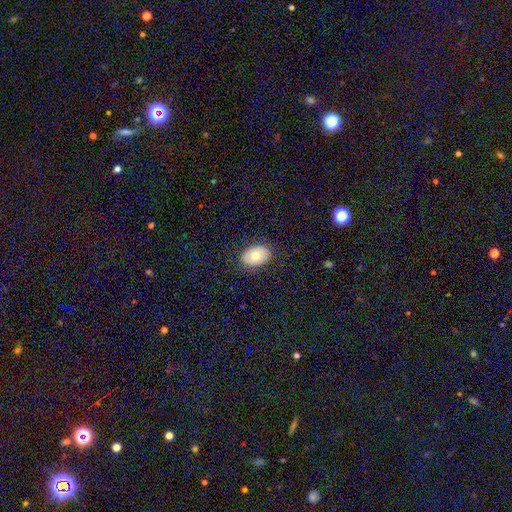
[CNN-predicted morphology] smooth_or_featured: smooth (p=0.77) [alt: featured or disk p=0.16]
how_rounded: in between (p=0.87) [alt: round p=0.12]
merging: none (p=0.86) [alt: minor disturbance p=0.10]